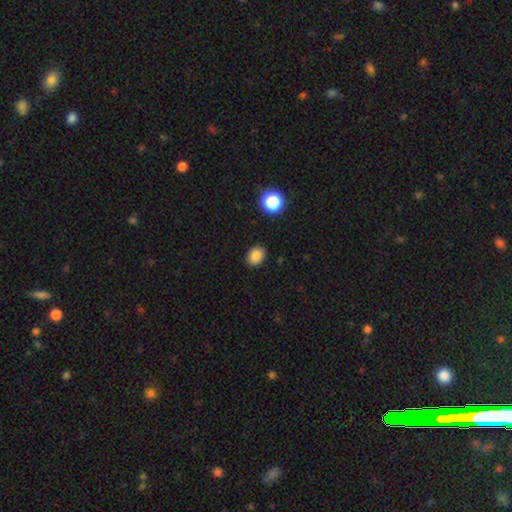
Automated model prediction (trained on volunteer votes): A smooth galaxy with no disk features (85%) that is in between round and cigar-shaped (56%). Merging: none (88%).